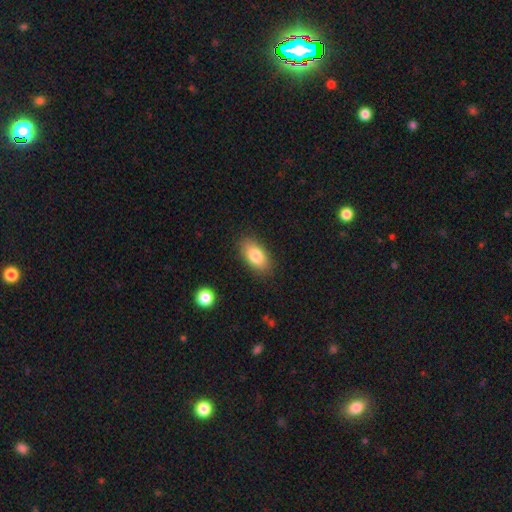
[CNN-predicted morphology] smooth 82%, featured or disk 11%, star or artifact 7%. Down the decision tree: how rounded — in between (91%); merging — none (86%).